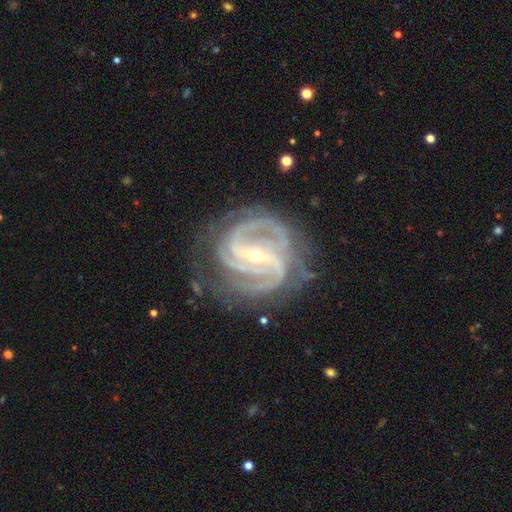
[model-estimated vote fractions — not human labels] smooth_or_featured: featured or disk (p=0.93) [alt: star or artifact p=0.05]
disk_edge_on: no (p=0.97) [alt: yes p=0.03]
bar: strong (p=0.50) [alt: weak p=0.35]
has_spiral_arms: yes (p=0.98) [alt: no p=0.02]
spiral_winding: tight (p=0.53) [alt: medium p=0.41]
spiral_arm_count: 3 (p=0.37) [alt: 4 p=0.24]
bulge_size: small (p=0.67) [alt: moderate p=0.30]
merging: none (p=0.71) [alt: minor disturbance p=0.18]